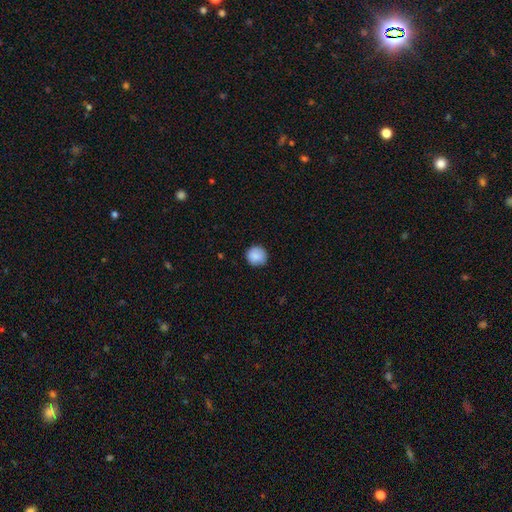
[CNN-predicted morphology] Overall: smooth (87%). How rounded: round (94%). Merging: none (87%).